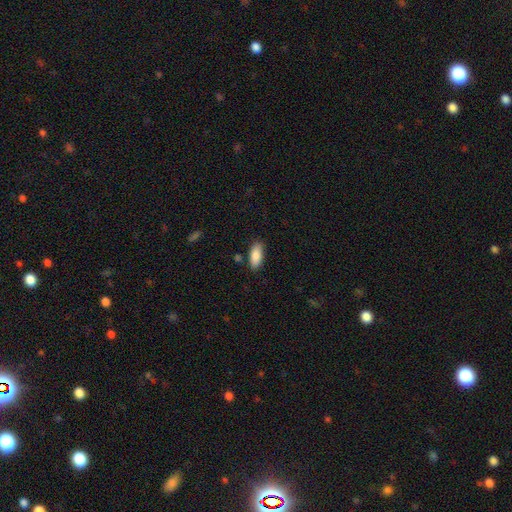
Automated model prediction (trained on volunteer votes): This is clearly a smooth galaxy (88%). How rounded: clearly in between (86%). Merging: clearly none (83%).